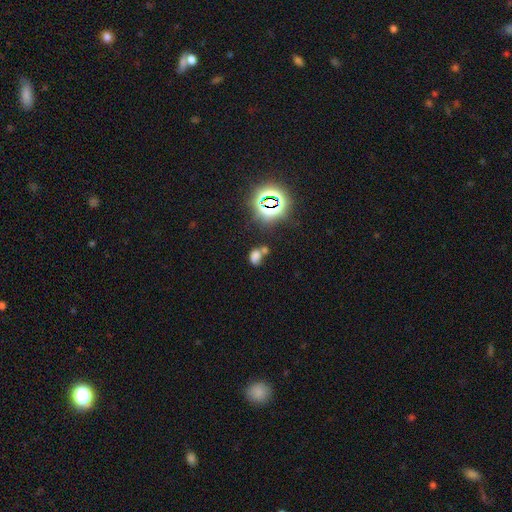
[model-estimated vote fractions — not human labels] This appears to be a smooth galaxy with no disk features (62%) that is in between round and cigar-shaped (73%). Merging: none (39%).